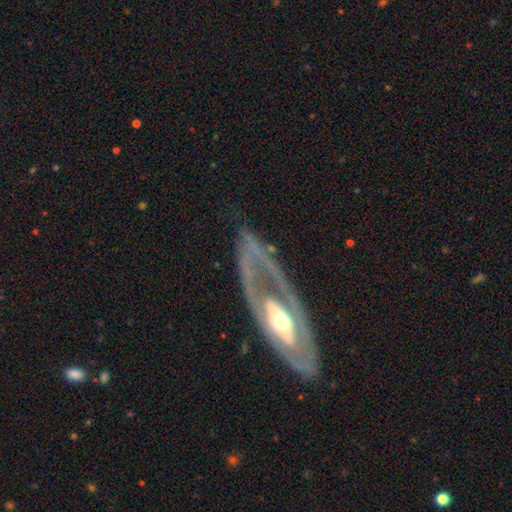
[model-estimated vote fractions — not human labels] A featured or disk galaxy (81%) with no bar (67%), spiral arms (59%) and a moderate central bulge (59%).

Vote fractions:
- Smooth or featured? featured or disk: 81% / smooth: 14% / star or artifact: 5%
- Edge-on disk? no: 88% / yes: 12%
- Bar? no: 67% / weak: 20% / strong: 13%
- Spiral arms? yes: 59% / no: 41%
- Bulge size? moderate: 59% / small: 28% / large: 9% / dominant: 2% / none: 2%
- Merging? none: 61% / major disturbance: 19% / minor disturbance: 17% / merger: 3%